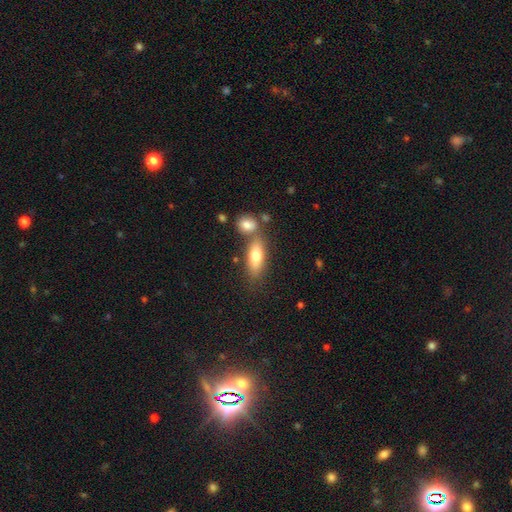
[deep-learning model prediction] A smooth galaxy with no disk features (74%) that is in between round and cigar-shaped (69%).

Vote fractions:
- Smooth or featured? smooth: 74% / featured or disk: 19% / star or artifact: 7%
- How rounded? in between: 69% / cigar-shaped: 27% / round: 4%
- Merging? none: 59% / merger: 25% / minor disturbance: 12% / major disturbance: 4%